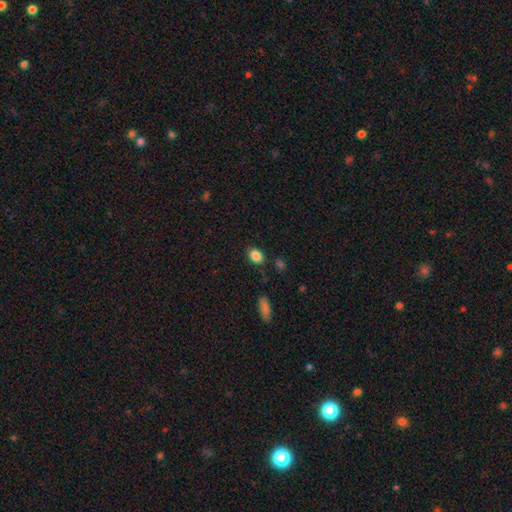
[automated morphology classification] type=smooth (86%); roundness=in between (74%); merging=none (84%).